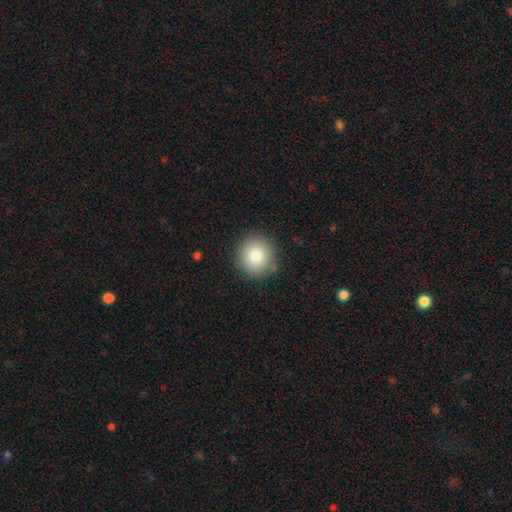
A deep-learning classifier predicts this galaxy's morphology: Overall: smooth (81%). How rounded: round (93%). Merging: none (88%).